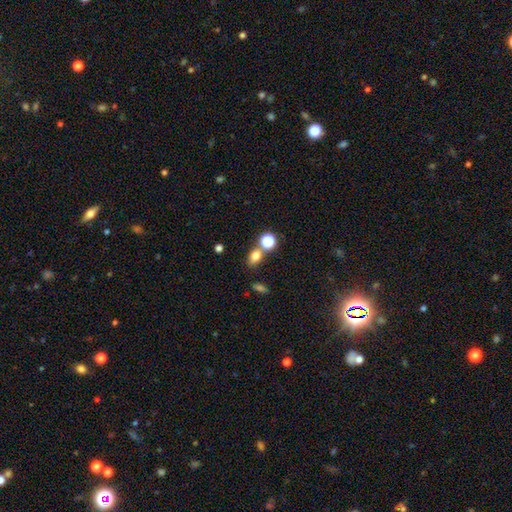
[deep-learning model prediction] Q: Smooth or featured?
A: smooth (74%); runner-up: star or artifact (17%)
Q: How rounded?
A: in between (61%); runner-up: round (37%)
Q: Merging?
A: none (60%); runner-up: merger (25%)